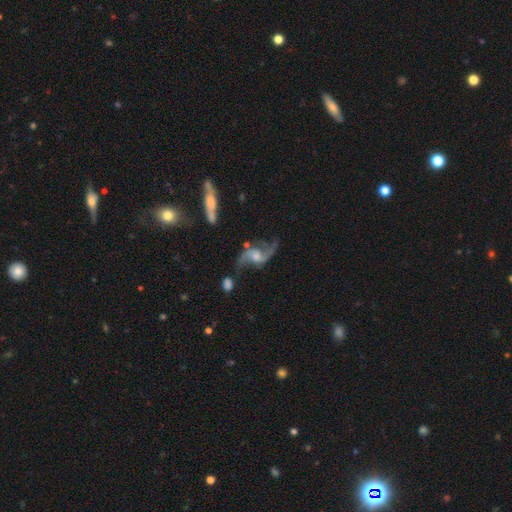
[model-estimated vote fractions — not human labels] A featured or disk galaxy (88%) with no bar (51%), 2 (93%) loose (81%) spiral arms (96%) and a moderate central bulge (44%). Merging: none (62%).